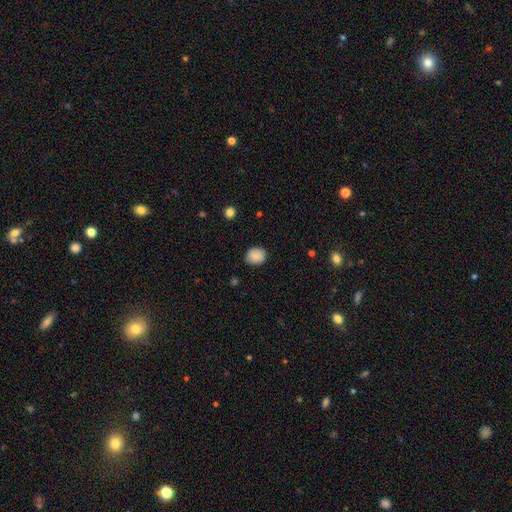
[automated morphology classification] Q: Smooth or featured?
A: smooth (86%); runner-up: star or artifact (8%)
Q: How rounded?
A: round (52%); runner-up: in between (47%)
Q: Merging?
A: none (82%); runner-up: minor disturbance (14%)